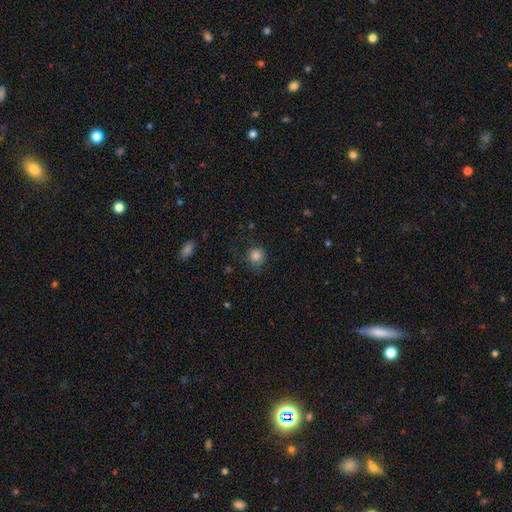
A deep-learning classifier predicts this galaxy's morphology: This appears to be a smooth galaxy with no disk features (84%) that is round (87%). Merging: none (75%).